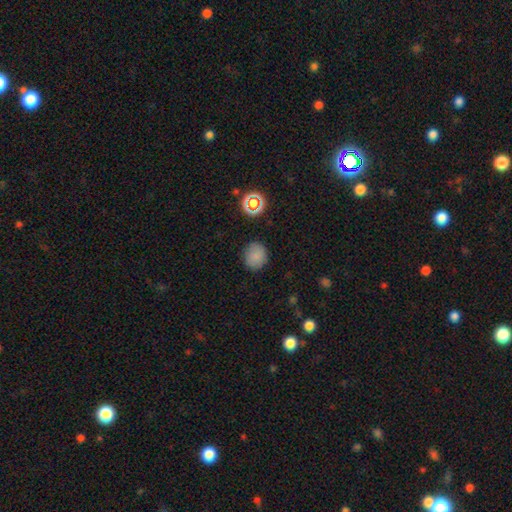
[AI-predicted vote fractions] This appears to be a smooth galaxy with no disk features (82%) that is round (83%). Merging: none (86%).